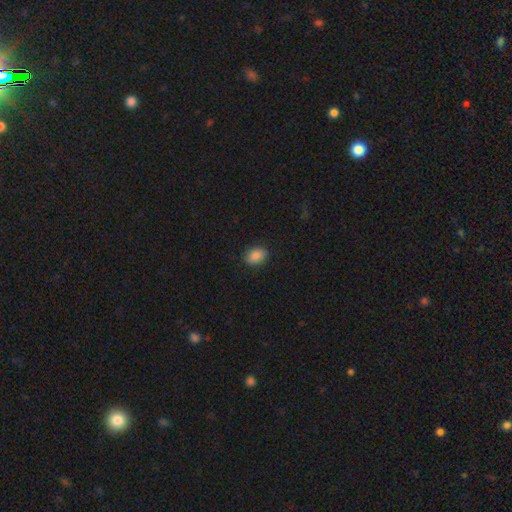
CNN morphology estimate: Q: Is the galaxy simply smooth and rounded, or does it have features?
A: smooth — 88%.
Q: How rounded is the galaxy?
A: in between — 75%.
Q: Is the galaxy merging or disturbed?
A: none — 88%.